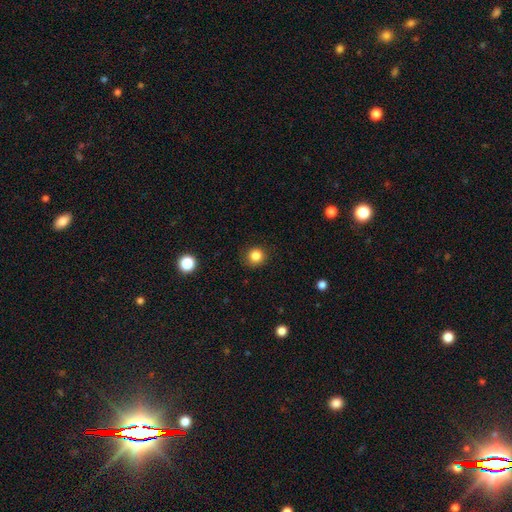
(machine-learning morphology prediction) A smooth galaxy with no disk features (84%) that is round (92%).

Vote fractions:
- Smooth or featured? smooth: 84% / star or artifact: 12% / featured or disk: 4%
- How rounded? round: 92% / in between: 7% / cigar-shaped: 1%
- Merging? none: 89% / minor disturbance: 8% / major disturbance: 2% / merger: 1%